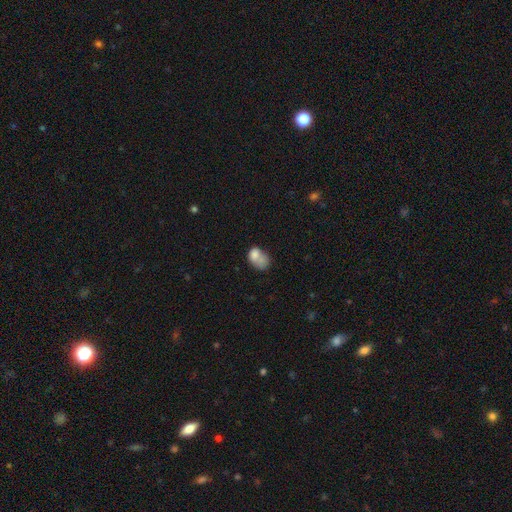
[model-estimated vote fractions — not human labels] Smooth or featured: smooth — 72% (featured or disk — 19%)
How rounded: in between — 71% (round — 28%)
Merging: merger — 38% (none — 25%)